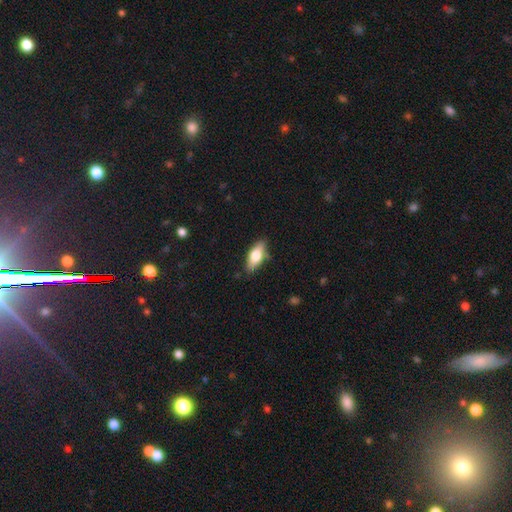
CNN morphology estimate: smooth 64%, featured or disk 29%, star or artifact 6%. Down the decision tree: how rounded — in between (74%); merging — none (82%).